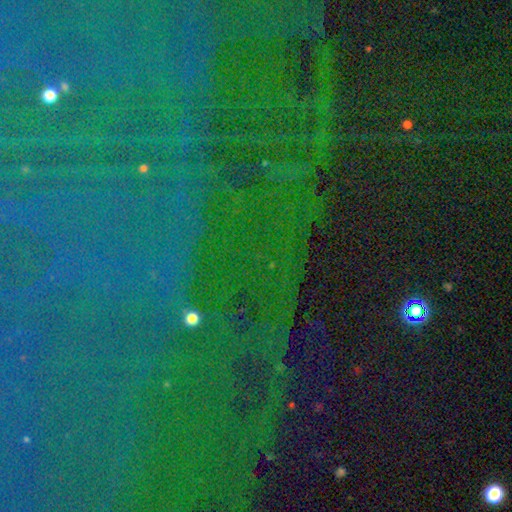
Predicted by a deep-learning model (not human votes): Smooth or featured?
  - star or artifact: 85% *
  - featured or disk: 8%
  - smooth: 7%